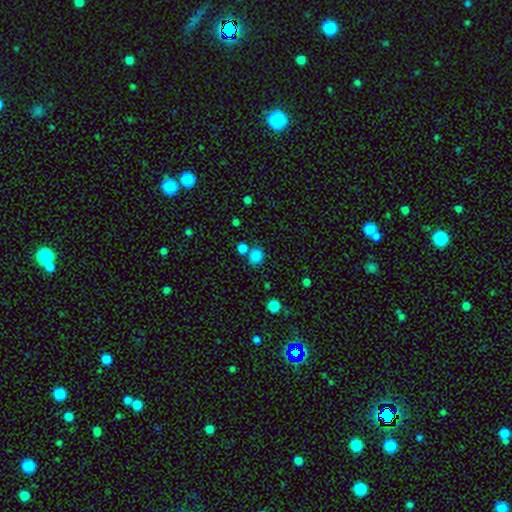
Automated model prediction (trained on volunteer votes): smooth 83%, star or artifact 13%, featured or disk 4%. Down the decision tree: how rounded — round (69%); merging — none (68%).